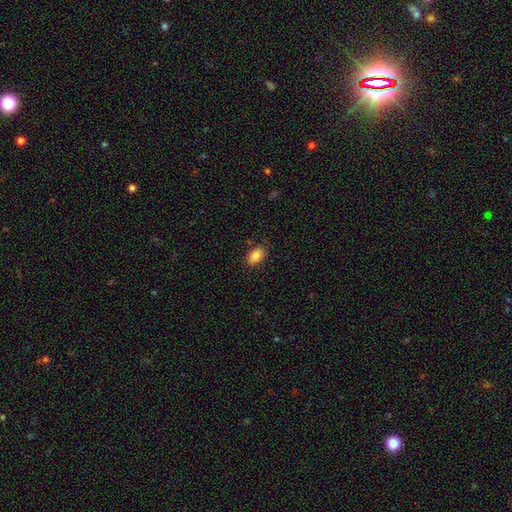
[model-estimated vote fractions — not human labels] Overall: smooth (87%). How rounded: in between (90%). Merging: none (84%).